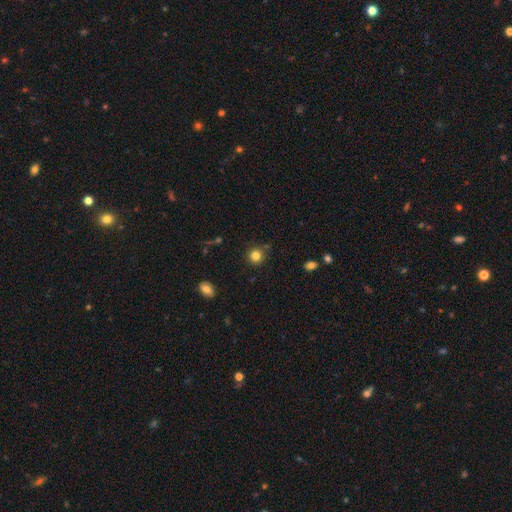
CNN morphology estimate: Smooth or featured? Predicted: smooth (p=0.82). How rounded? Predicted: round (p=0.92). Merging? Predicted: none (p=0.84).